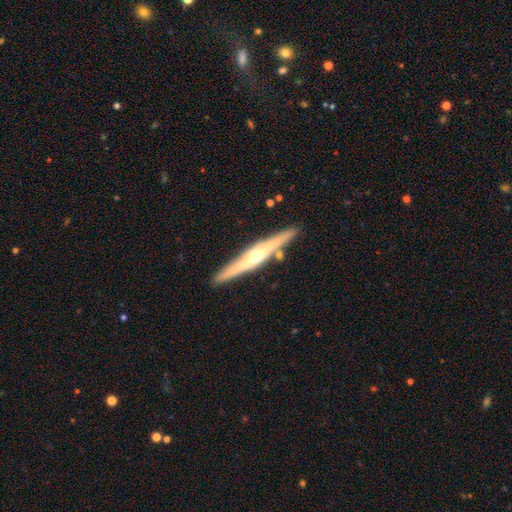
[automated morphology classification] type=featured or disk (72%); edge-on=yes (96%); edge-on bulge=rounded (90%); merging=none (86%).